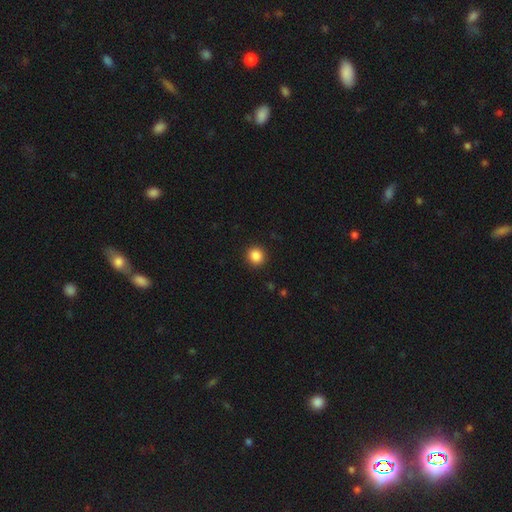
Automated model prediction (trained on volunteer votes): This appears to be a smooth galaxy with no disk features (87%) that is round (92%). Merging: none (92%).